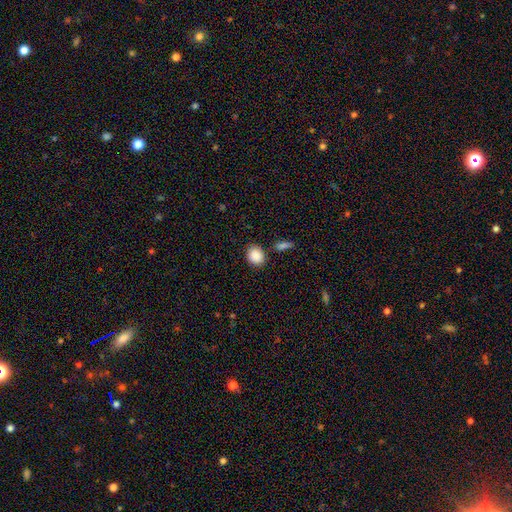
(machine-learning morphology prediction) This is clearly a smooth galaxy (89%). How rounded: possibly round (56%). Merging: clearly none (81%).